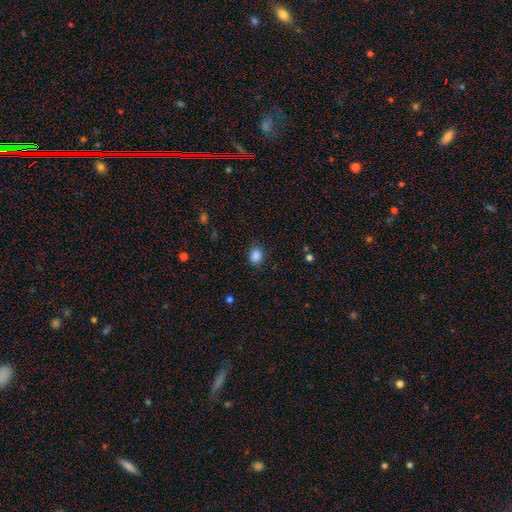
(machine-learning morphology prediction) Smooth or featured? smooth (86%)
How rounded? round (56%)
Merging? none (84%)